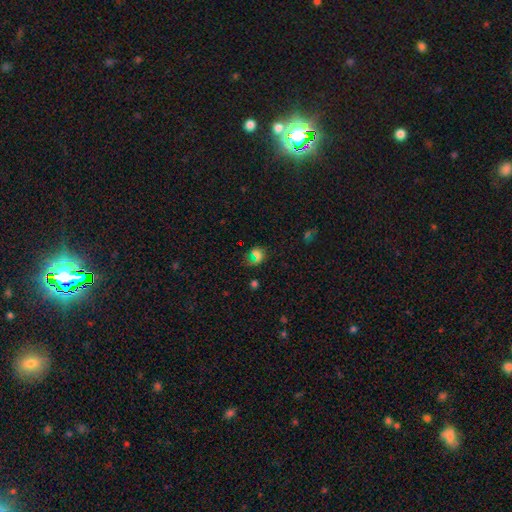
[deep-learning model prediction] This is possibly a smooth galaxy (50%). Merging: marginally none (43%).